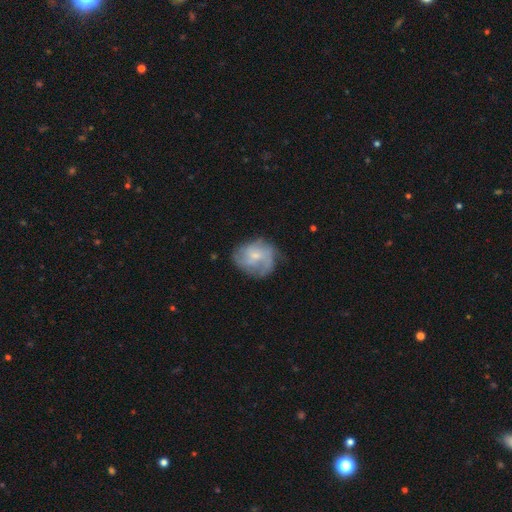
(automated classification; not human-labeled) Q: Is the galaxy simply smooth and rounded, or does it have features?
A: featured or disk — 58%.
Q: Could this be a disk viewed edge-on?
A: no — 98%.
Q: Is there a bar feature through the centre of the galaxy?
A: no — 68%.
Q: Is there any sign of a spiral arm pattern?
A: yes — 75%.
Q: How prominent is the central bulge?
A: small — 61%.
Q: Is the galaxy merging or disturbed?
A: none — 60%.